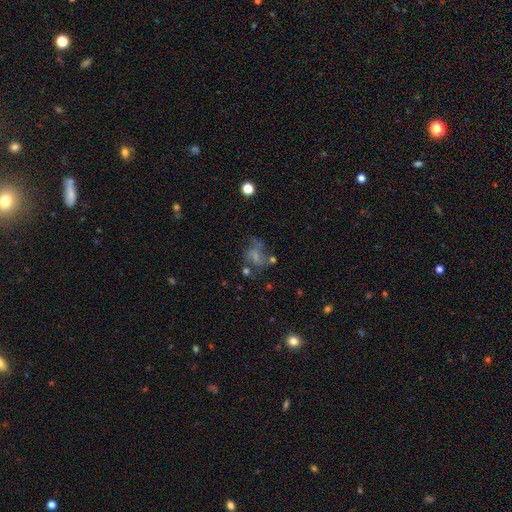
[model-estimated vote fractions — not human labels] Smooth or featured: featured or disk — 49% (smooth — 33%)
Merging: none — 36% (major disturbance — 32%)